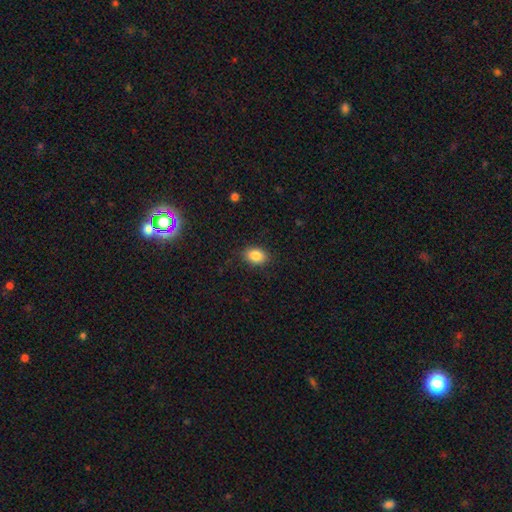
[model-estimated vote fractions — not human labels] A smooth galaxy with no disk features (86%) that is in between round and cigar-shaped (76%).

Vote fractions:
- Smooth or featured? smooth: 86% / star or artifact: 9% / featured or disk: 5%
- How rounded? in between: 76% / round: 23% / cigar-shaped: 1%
- Merging? none: 86% / minor disturbance: 10% / major disturbance: 3% / merger: 1%